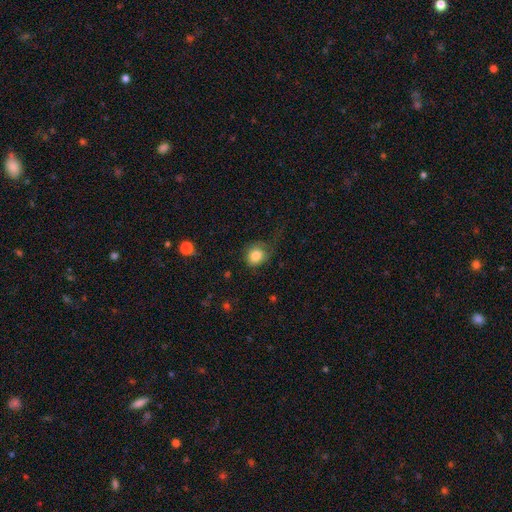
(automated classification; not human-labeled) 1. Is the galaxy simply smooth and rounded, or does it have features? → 82% smooth, 9% star or artifact, 9% featured or disk.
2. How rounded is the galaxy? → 73% round, 26% in between, 1% cigar-shaped.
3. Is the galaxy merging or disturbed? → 51% none, 26% minor disturbance, 21% major disturbance, 2% merger.